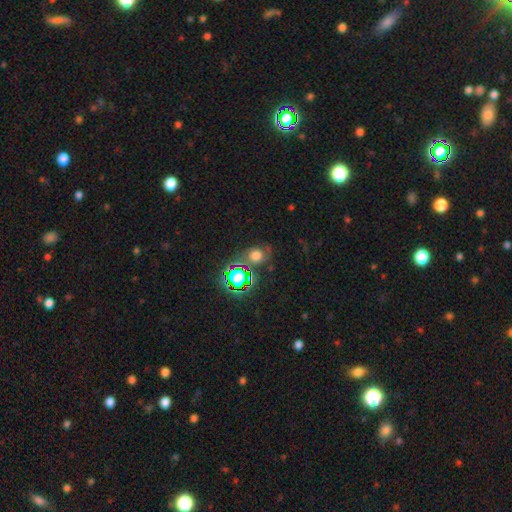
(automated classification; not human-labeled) Smooth or featured: smooth — 54% (star or artifact — 33%)
How rounded: round — 71% (in between — 27%)
Merging: none — 64% (minor disturbance — 18%)